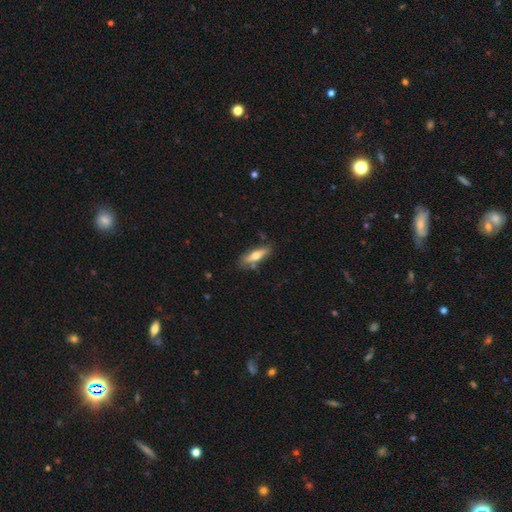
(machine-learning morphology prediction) Smooth or featured: smooth — 57% (featured or disk — 37%)
How rounded: cigar-shaped — 55% (in between — 43%)
Merging: none — 76% (minor disturbance — 16%)